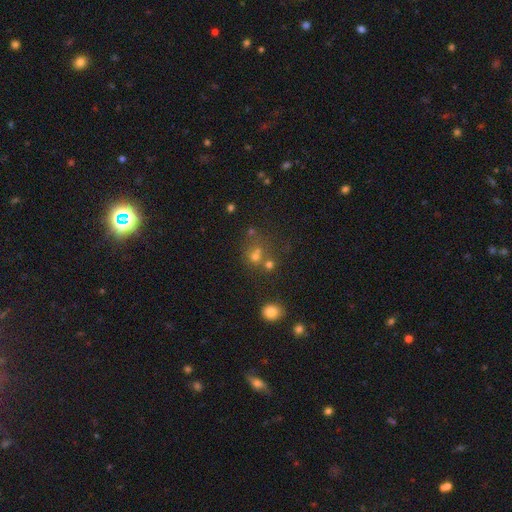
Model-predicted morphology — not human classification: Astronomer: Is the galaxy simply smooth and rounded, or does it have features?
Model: smooth — 54% (runner-up: star or artifact, 30%).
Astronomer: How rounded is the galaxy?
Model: round — 78%.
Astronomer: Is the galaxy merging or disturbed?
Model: none — 47% (runner-up: merger, 38%).